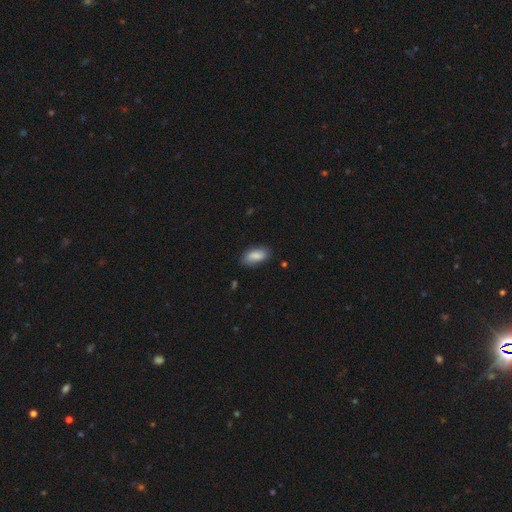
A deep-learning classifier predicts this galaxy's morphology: A smooth galaxy with no disk features (85%) that is in between round and cigar-shaped (89%).

Vote fractions:
- Smooth or featured? smooth: 85% / featured or disk: 9% / star or artifact: 6%
- How rounded? in between: 89% / cigar-shaped: 8% / round: 2%
- Merging? none: 81% / minor disturbance: 15% / major disturbance: 3% / merger: 1%